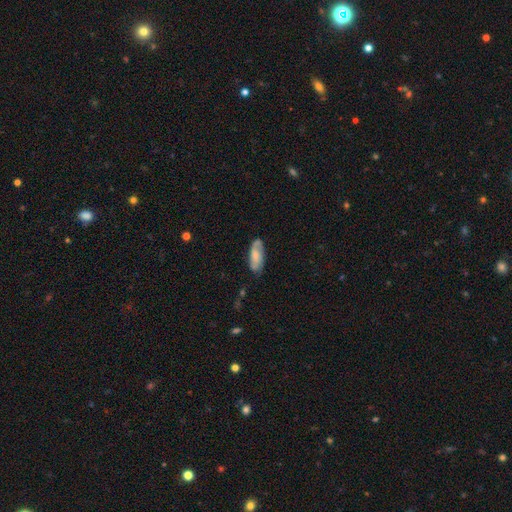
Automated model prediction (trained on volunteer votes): smooth-or-featured: smooth: 58% | featured or disk: 35% | star or artifact: 7%
  how-rounded: in between: 78% | cigar-shaped: 20% | round: 2%
  merging: none: 69% | minor disturbance: 23% | major disturbance: 6% | merger: 2%